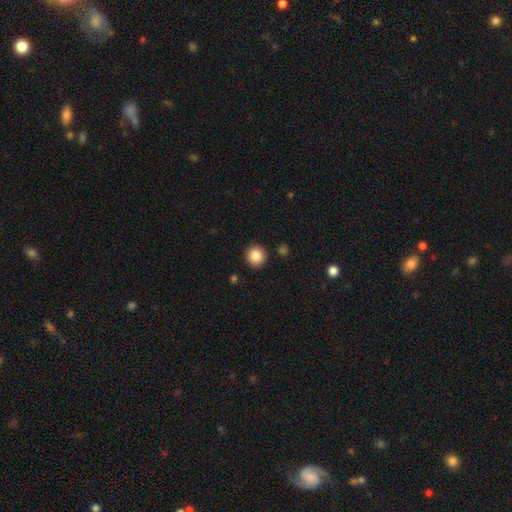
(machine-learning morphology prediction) Overall: smooth (87%). How rounded: round (95%). Merging: none (91%).